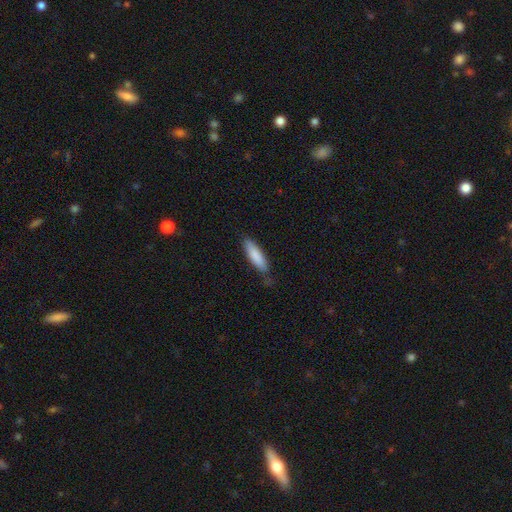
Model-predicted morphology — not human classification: smooth_or_featured: smooth (p=0.86) [alt: featured or disk p=0.09]
how_rounded: cigar-shaped (p=0.57) [alt: in between p=0.41]
merging: none (p=0.73) [alt: minor disturbance p=0.21]